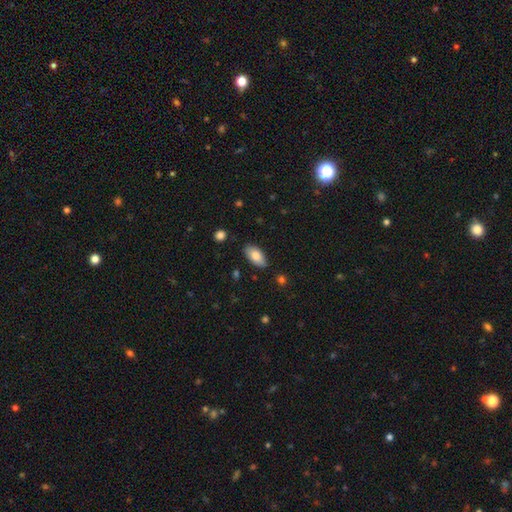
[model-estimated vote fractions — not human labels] smooth-or-featured: smooth: 79% | featured or disk: 14% | star or artifact: 6%
  how-rounded: in between: 93% | cigar-shaped: 5% | round: 3%
  merging: none: 85% | minor disturbance: 12% | major disturbance: 2% | merger: 2%